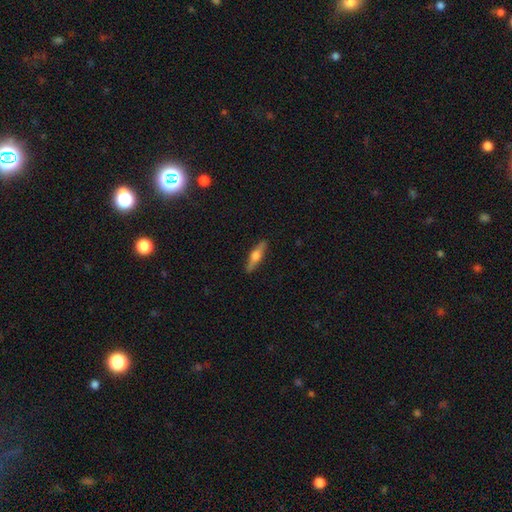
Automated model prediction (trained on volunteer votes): Overall: featured or disk (51%; smooth 43%). Edge-on disk: yes (94%). Merging: none (89%).